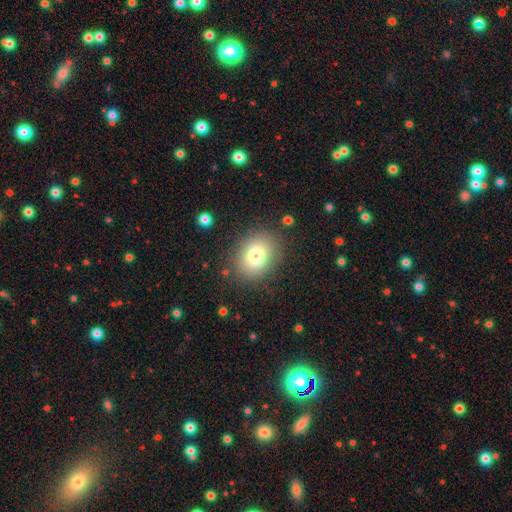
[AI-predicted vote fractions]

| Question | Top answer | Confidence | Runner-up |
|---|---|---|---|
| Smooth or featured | smooth | 77% | star or artifact (12%) |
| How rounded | in between | 50% | round (49%) |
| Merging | none | 84% | minor disturbance (10%) |